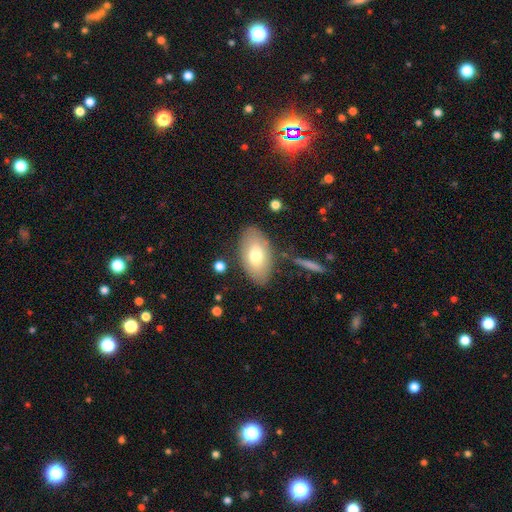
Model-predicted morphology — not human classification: A smooth galaxy with no disk features (70%) that is in between round and cigar-shaped (94%). Merging: none (80%).